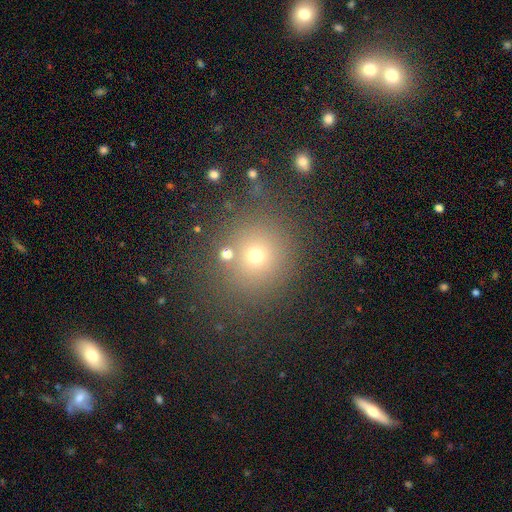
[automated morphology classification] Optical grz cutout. It shows a smooth galaxy with no disk features (67%) that is round (89%). Merging: none (78%).